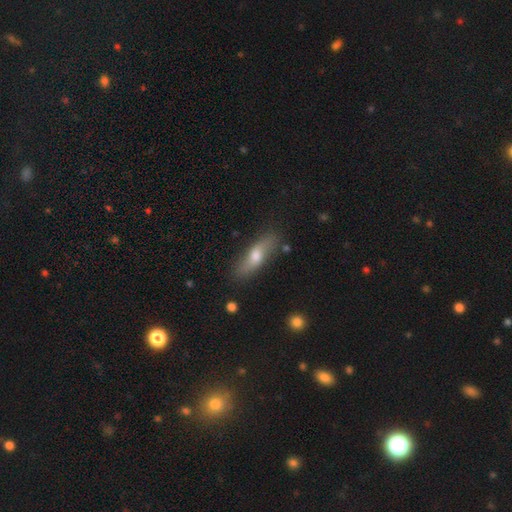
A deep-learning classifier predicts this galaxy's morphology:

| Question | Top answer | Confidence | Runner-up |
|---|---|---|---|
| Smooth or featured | smooth | 54% | featured or disk (39%) |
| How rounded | cigar-shaped | 53% | in between (44%) |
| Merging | none | 80% | minor disturbance (14%) |